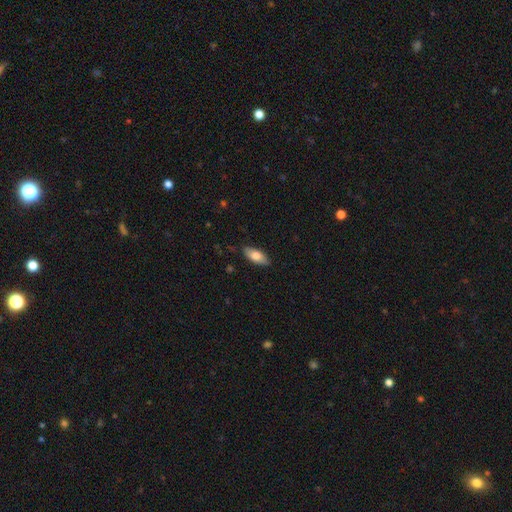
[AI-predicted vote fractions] The model was most divided on "smooth or featured": smooth: 76%, featured or disk: 18%, star or artifact: 6%. More confident: how rounded — in between (86%); merging — none (84%).